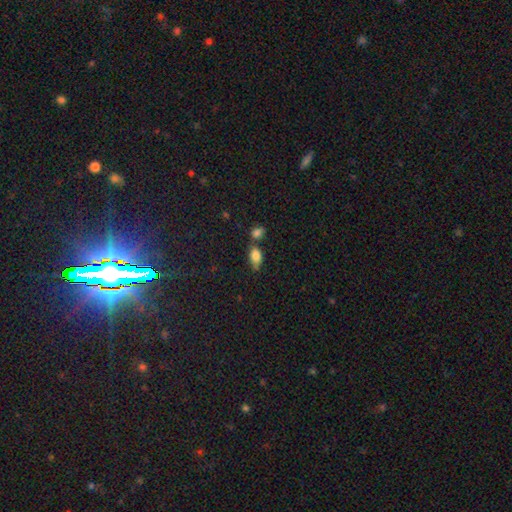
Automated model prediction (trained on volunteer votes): This appears to be a smooth galaxy with no disk features (82%) that is in between round and cigar-shaped (86%). Merging: none (48%).